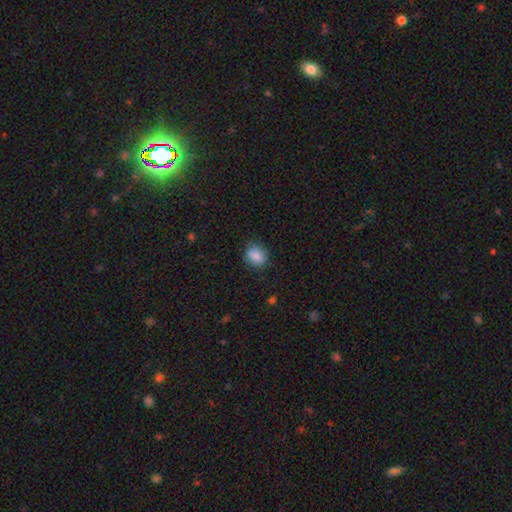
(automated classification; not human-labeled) The model was most divided on "how rounded": round: 54%, in between: 45%, cigar-shaped: 1%. More confident: smooth or featured — smooth (86%); merging — none (81%).